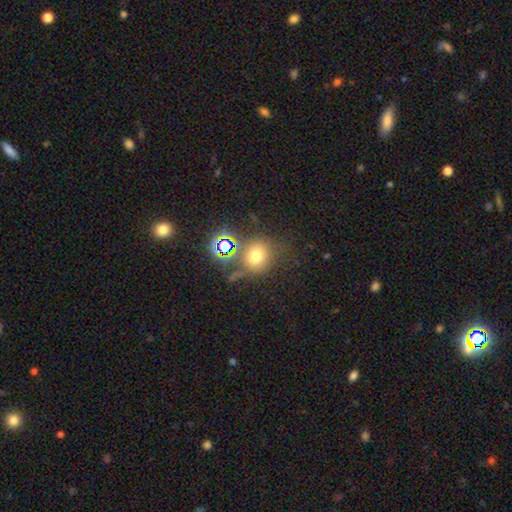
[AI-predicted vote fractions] This is likely a smooth galaxy (65%). How rounded: likely round (78%). Merging: likely none (66%).